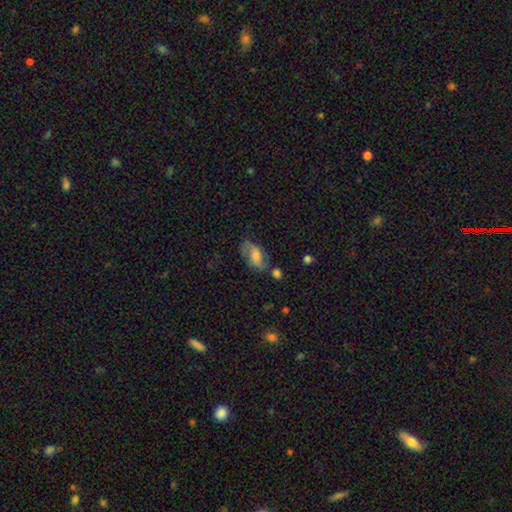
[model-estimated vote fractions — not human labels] A featured or disk galaxy (46%). Merging: none (52%).